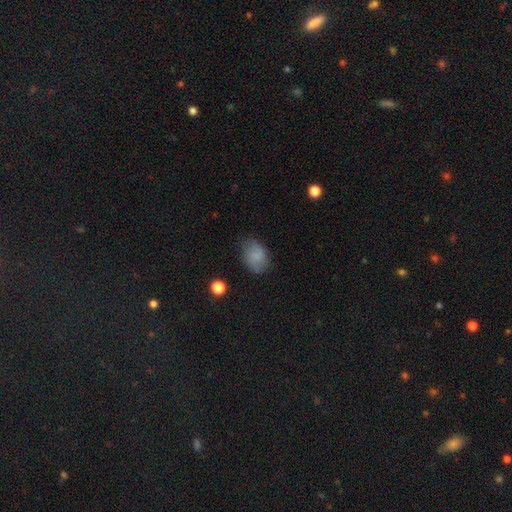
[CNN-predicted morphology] Smooth or featured? smooth (78%)
How rounded? in between (74%)
Merging? none (74%)